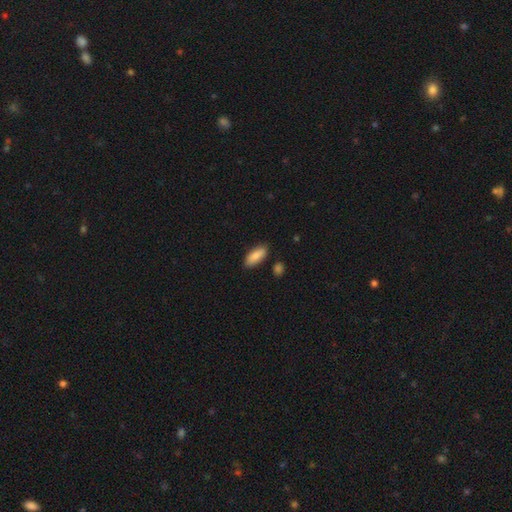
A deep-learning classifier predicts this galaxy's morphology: smooth-or-featured: smooth: 86% | featured or disk: 9% | star or artifact: 6%
  how-rounded: in between: 80% | cigar-shaped: 18% | round: 2%
  merging: none: 84% | minor disturbance: 11% | merger: 2% | major disturbance: 2%